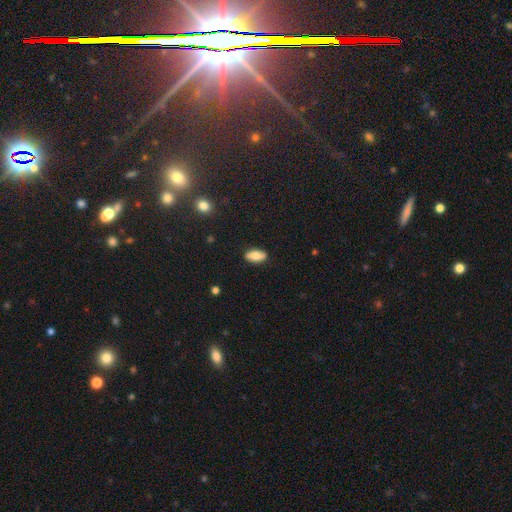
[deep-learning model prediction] Morphology: type=smooth (72%); roundness=in between (88%); merging=none (86%).